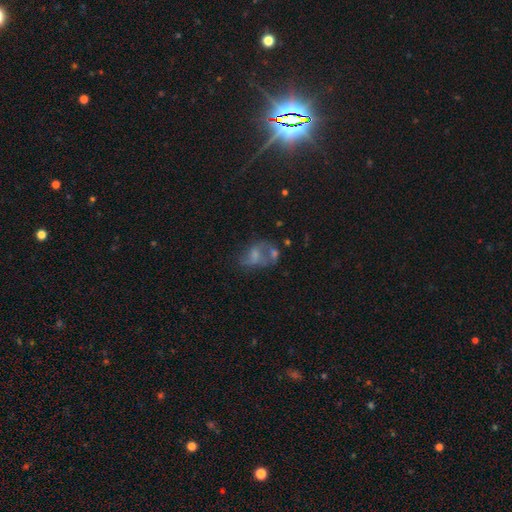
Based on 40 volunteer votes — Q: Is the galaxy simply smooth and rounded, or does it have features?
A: featured or disk — 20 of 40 (50%).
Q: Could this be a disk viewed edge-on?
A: no — 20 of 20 (100%).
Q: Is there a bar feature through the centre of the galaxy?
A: no — 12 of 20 (60%).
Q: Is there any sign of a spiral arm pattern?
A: yes — 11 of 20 (55%).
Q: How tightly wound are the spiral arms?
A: loose — 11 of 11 (100%).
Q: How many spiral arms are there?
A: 2 — 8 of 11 (73%).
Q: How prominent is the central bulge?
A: small — 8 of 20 (40%).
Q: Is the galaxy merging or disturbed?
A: merger — 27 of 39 (69%).